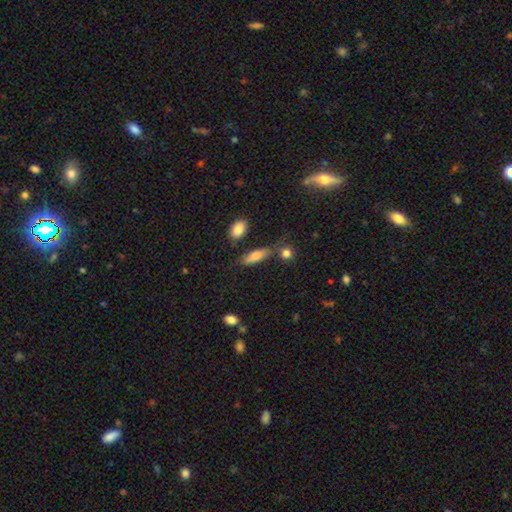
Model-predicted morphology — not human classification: The model was most divided on "how rounded": in between: 57%, cigar-shaped: 39%, round: 4%. More confident: smooth or featured — smooth (77%); merging — none (68%).